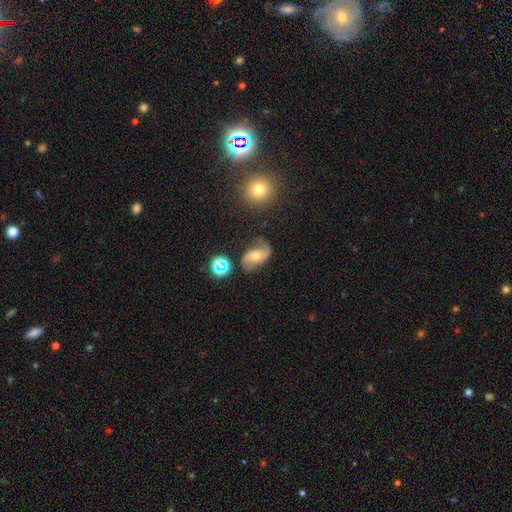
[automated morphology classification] This is possibly a featured or disk galaxy (59%). It is clearly not viewed edge-on (95%). Bar: possibly no (54%). Spiral arm pattern: clearly yes (86%). Central bulge: possibly moderate (54%). Merging: possibly none (56%).